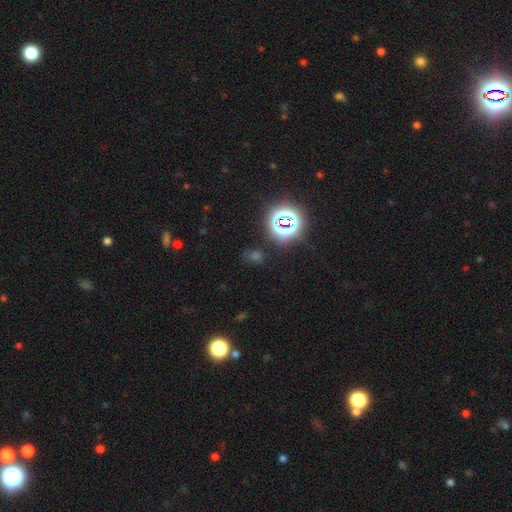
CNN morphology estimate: Smooth or featured? star or artifact (61%)